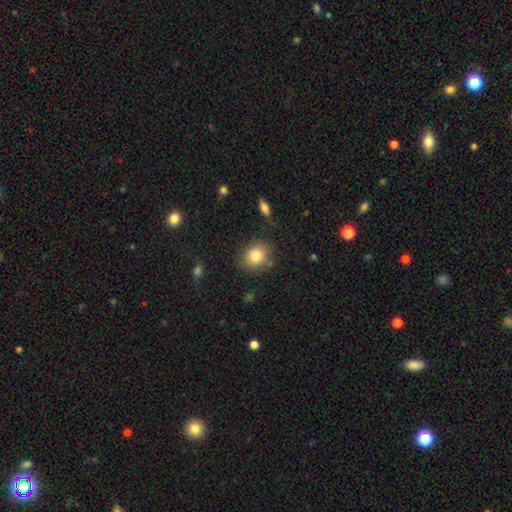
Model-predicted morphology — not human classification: Smooth or featured: smooth — 83% (star or artifact — 9%)
How rounded: round — 63% (in between — 36%)
Merging: none — 80% (minor disturbance — 13%)